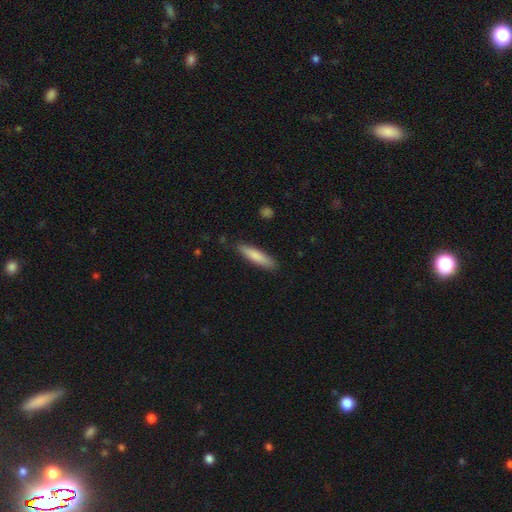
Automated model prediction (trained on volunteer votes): Smooth or featured? smooth (81%)
How rounded? cigar-shaped (78%)
Merging? none (86%)